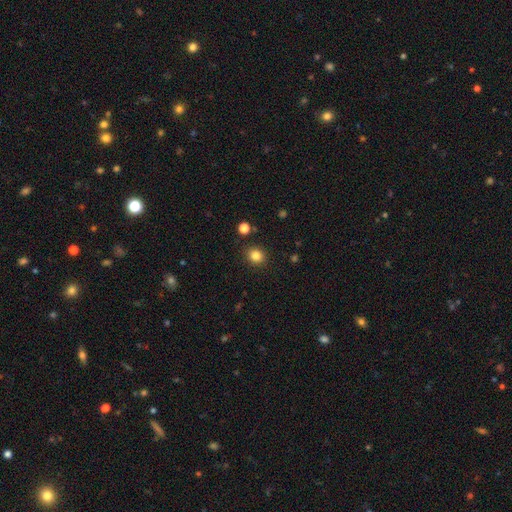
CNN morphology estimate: A smooth galaxy with no disk features (83%) that is round (75%).

Vote fractions:
- Smooth or featured? smooth: 83% / star or artifact: 12% / featured or disk: 5%
- How rounded? round: 75% / in between: 24% / cigar-shaped: 1%
- Merging? none: 88% / minor disturbance: 7% / major disturbance: 2% / merger: 2%